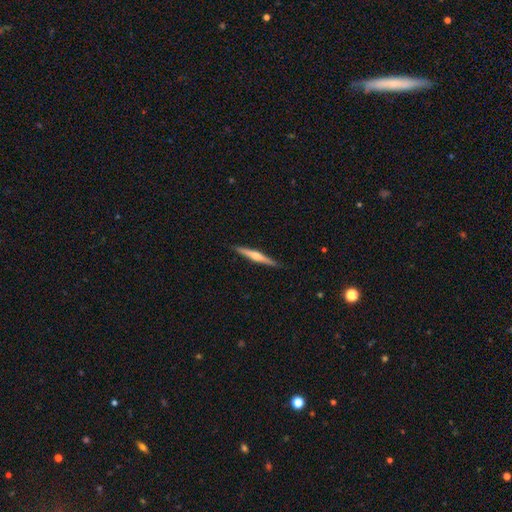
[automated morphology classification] Smooth or featured? featured or disk (66%)
Edge-on disk? yes (98%)
Edge-on bulge? rounded (82%)
Merging? none (91%)